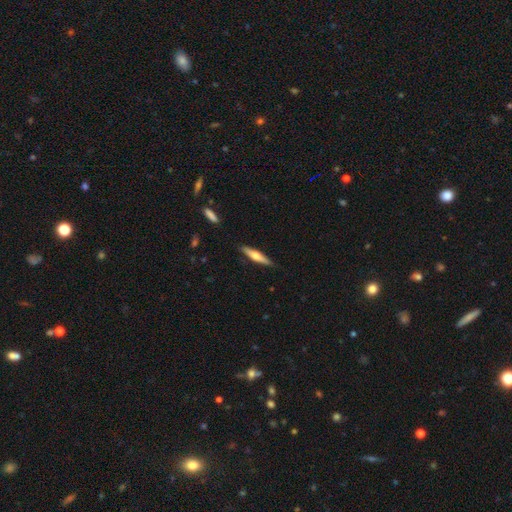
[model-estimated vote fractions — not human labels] Smooth or featured: smooth — 47% (tied with featured or disk — 47%)
Merging: none — 86% (minor disturbance — 11%)